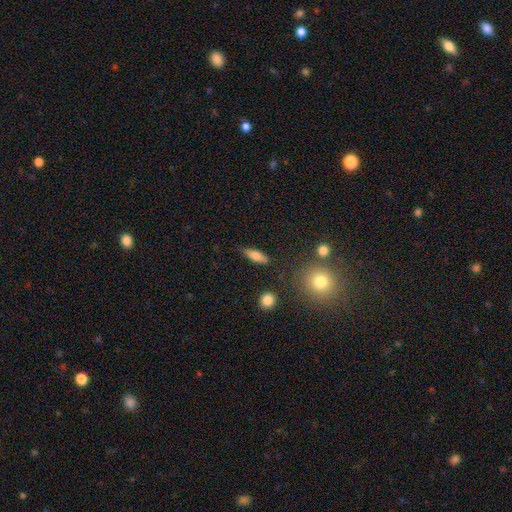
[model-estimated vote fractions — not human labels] smooth 75%, featured or disk 17%, star or artifact 8%. Down the decision tree: how rounded — in between (56%); merging — none (81%).